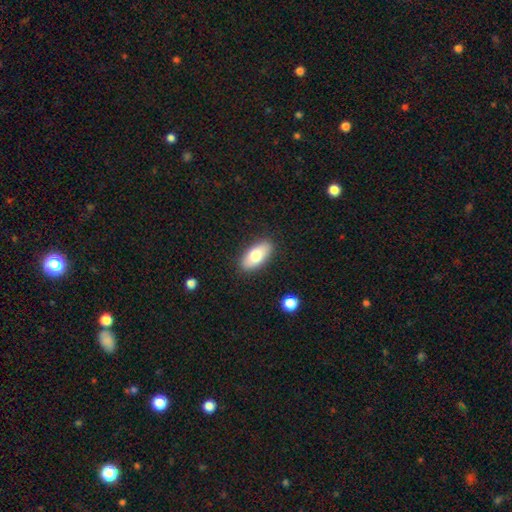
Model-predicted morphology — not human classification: smooth-or-featured: smooth: 76% | featured or disk: 18% | star or artifact: 6%
  how-rounded: in between: 89% | cigar-shaped: 8% | round: 3%
  merging: none: 87% | minor disturbance: 10% | major disturbance: 2% | merger: 1%